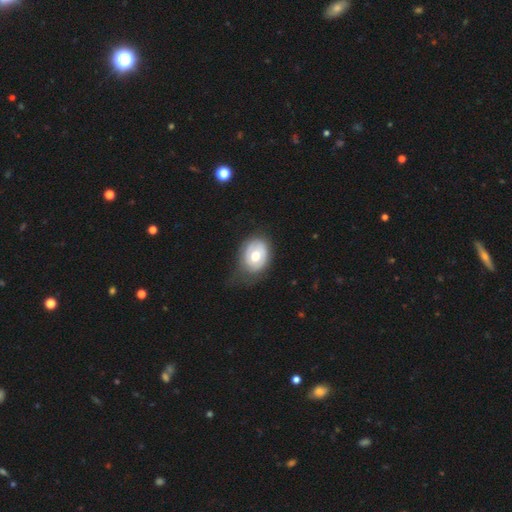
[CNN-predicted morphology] featured or disk 47%, smooth 46%, star or artifact 7%. Down the decision tree: merging — none (52%).